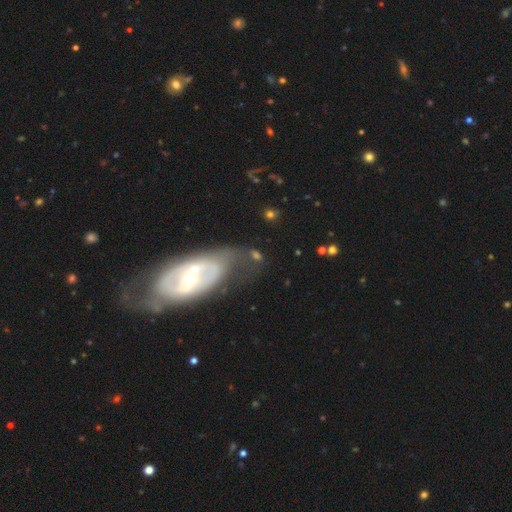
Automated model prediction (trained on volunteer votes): This is likely a featured or disk galaxy (60%). It is clearly not viewed edge-on (87%). Bar: possibly no (55%). Spiral arm pattern: possibly no (59%). Central bulge: possibly small (52%). Merging: marginally none (42%).